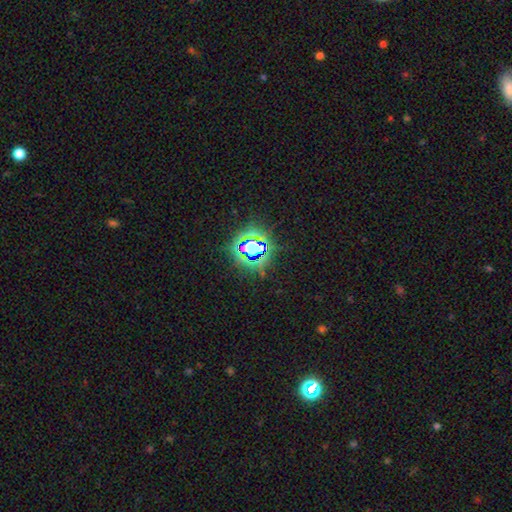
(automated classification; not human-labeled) smooth_or_featured: star or artifact (p=0.77) [alt: smooth p=0.14]